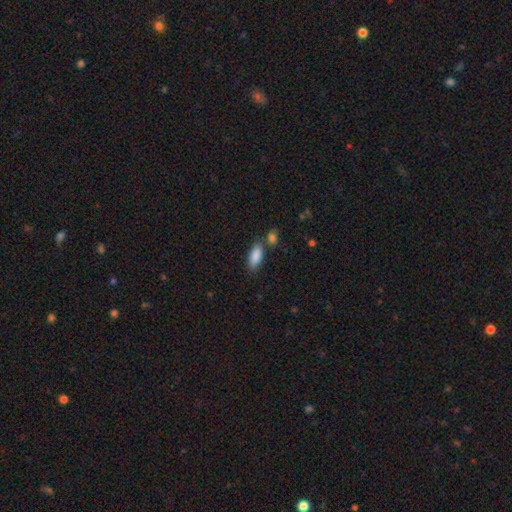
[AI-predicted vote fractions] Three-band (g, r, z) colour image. It shows a smooth galaxy with no disk features (88%) that is in between round and cigar-shaped (84%). Merging: none (70%).